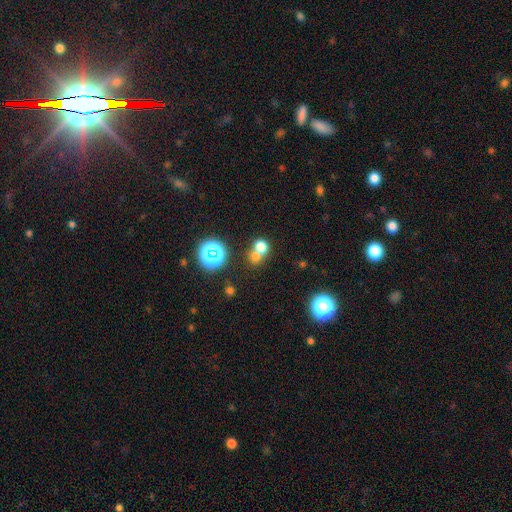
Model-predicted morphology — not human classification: type=smooth (66%); roundness=round (77%); merging=merger (48%).